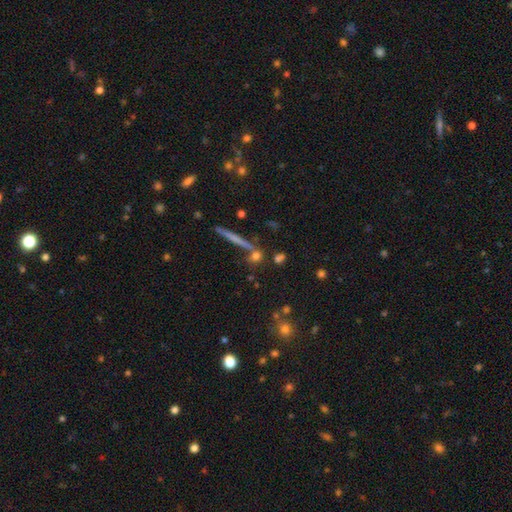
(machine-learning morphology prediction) Overall: smooth (68%). How rounded: round (64%). Merging: none (70%).